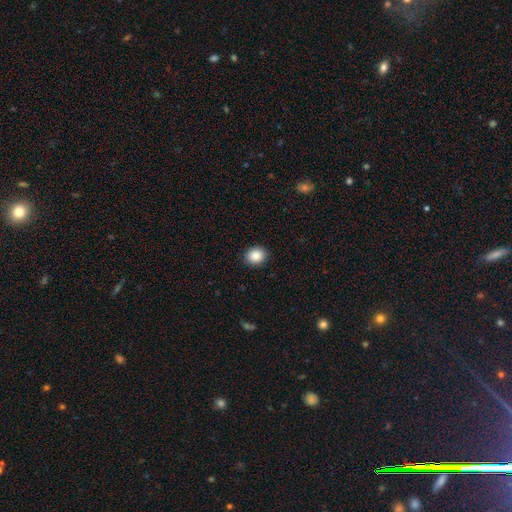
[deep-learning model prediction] This is clearly a smooth galaxy (87%). How rounded: likely round (65%). Merging: clearly none (91%).